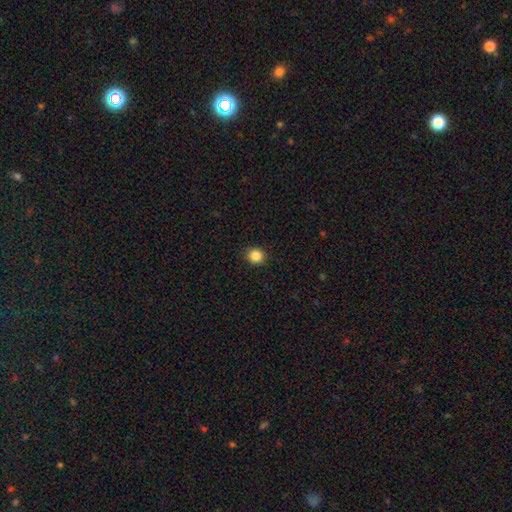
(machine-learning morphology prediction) A smooth galaxy with no disk features (86%) that is round (85%). Merging: none (91%).